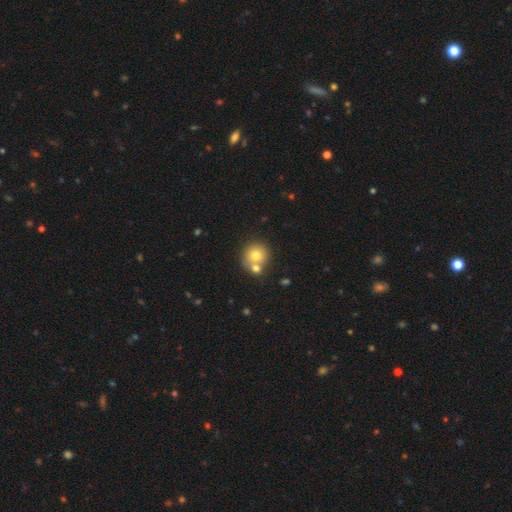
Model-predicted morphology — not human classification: Overall: smooth (75%). How rounded: round (89%). Merging: none (53%; merger 35%).